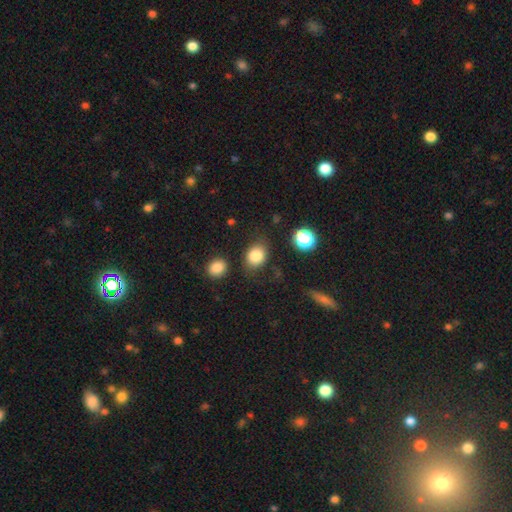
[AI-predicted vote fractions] A smooth galaxy with no disk features (83%) that is in between round and cigar-shaped (52%). Merging: none (75%).